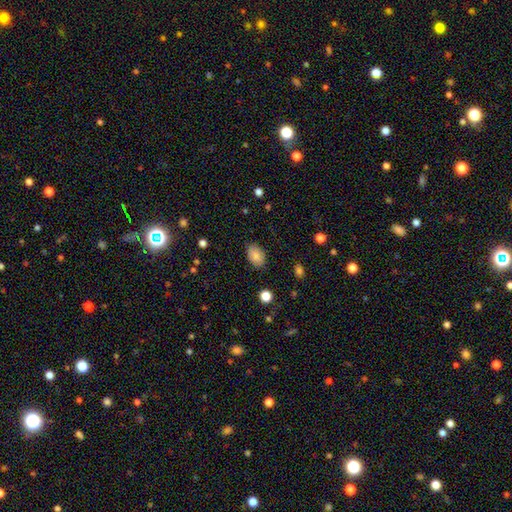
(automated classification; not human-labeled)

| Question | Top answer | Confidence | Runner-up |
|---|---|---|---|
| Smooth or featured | smooth | 85% | star or artifact (8%) |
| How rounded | in between | 89% | round (10%) |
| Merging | none | 85% | minor disturbance (11%) |